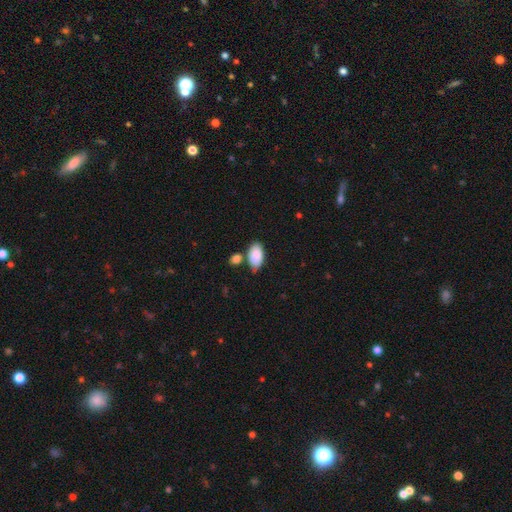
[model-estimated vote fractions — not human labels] This is clearly a smooth galaxy (88%). How rounded: clearly in between (95%). Merging: likely none (61%).